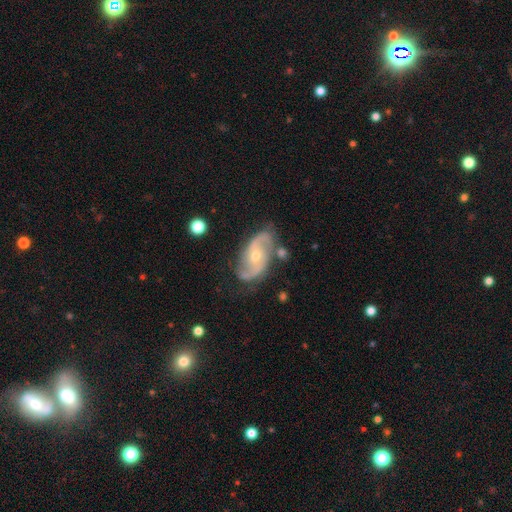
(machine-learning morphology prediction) A featured or disk galaxy (88%) with no bar (60%), 2 (87%) medium (49%) spiral arms (96%) and a small central bulge (52%).

Vote fractions:
- Smooth or featured? featured or disk: 88% / smooth: 7% / star or artifact: 6%
- Edge-on disk? no: 96% / yes: 4%
- Bar? no: 60% / weak: 31% / strong: 10%
- Spiral arms? yes: 96% / no: 4%
- Spiral winding? medium: 49% / loose: 28% / tight: 23%
- Spiral arm count? 2: 87% / can't tell: 5% / 3: 4% / 1: 2% / 4: 1% / more than 4: 1%
- Bulge size? small: 52% / moderate: 45% / large: 1% / none: 1% / dominant: 1%
- Merging? none: 72% / minor disturbance: 17% / major disturbance: 6% / merger: 5%